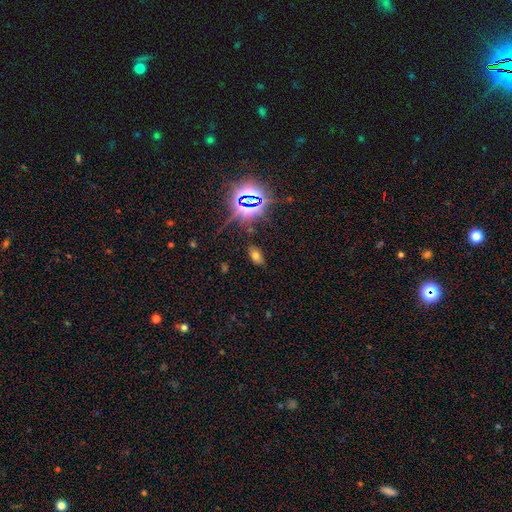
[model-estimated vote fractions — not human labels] A smooth galaxy with no disk features (58%) that is in between round and cigar-shaped (89%). Merging: none (83%).